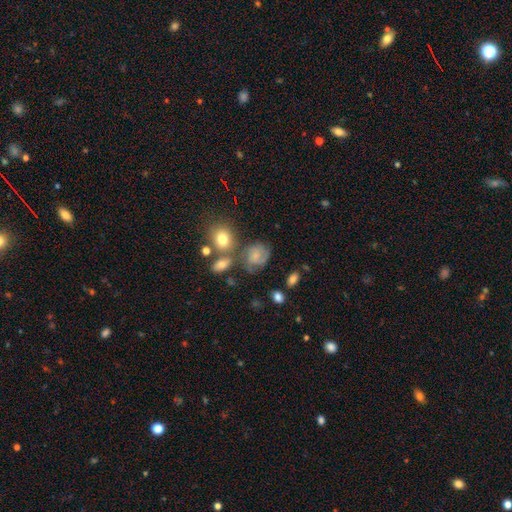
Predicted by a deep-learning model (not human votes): This is possibly a featured or disk galaxy (47%). Merging: possibly none (54%).